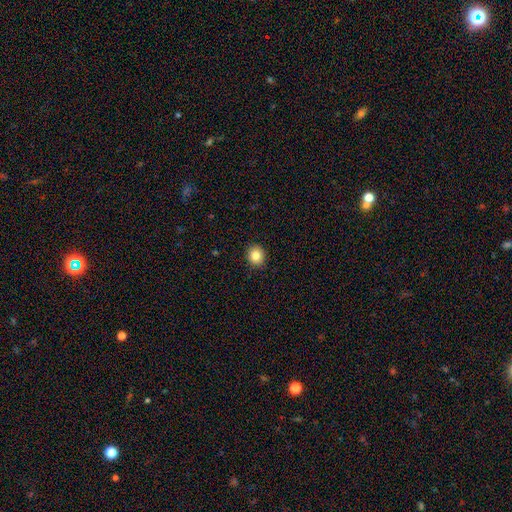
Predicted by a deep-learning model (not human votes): Smooth or featured? Predicted: smooth (p=0.85). How rounded? Predicted: round (p=0.78). Merging? Predicted: none (p=0.91).